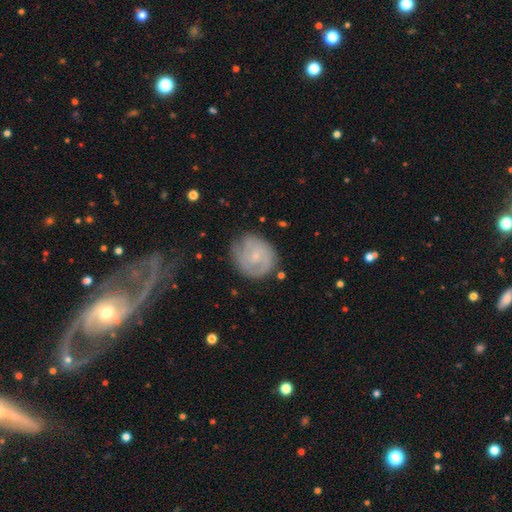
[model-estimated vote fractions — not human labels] Smooth or featured? Predicted: featured or disk (p=0.64). Edge-on disk? Predicted: no (p=0.98). Bar? Predicted: no (p=0.65). Spiral arms? Predicted: yes (p=0.86). Spiral winding? Predicted: tight (p=0.58). Spiral arm count? Predicted: can't tell (p=0.37). Bulge size? Predicted: small (p=0.76). Merging? Predicted: none (p=0.69).